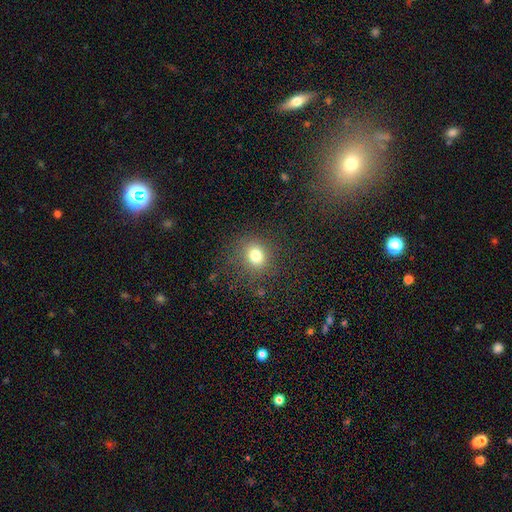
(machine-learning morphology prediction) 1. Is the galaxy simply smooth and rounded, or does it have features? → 79% smooth, 14% star or artifact, 7% featured or disk.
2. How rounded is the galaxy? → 76% round, 23% in between, 1% cigar-shaped.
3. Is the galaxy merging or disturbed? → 83% none, 10% minor disturbance, 5% major disturbance, 2% merger.